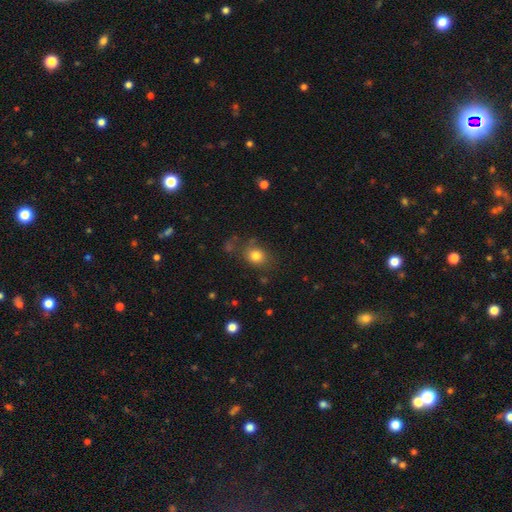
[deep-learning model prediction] The model was most divided on "how rounded": round: 59%, in between: 40%, cigar-shaped: 1%. More confident: smooth or featured — smooth (81%); merging — none (69%).